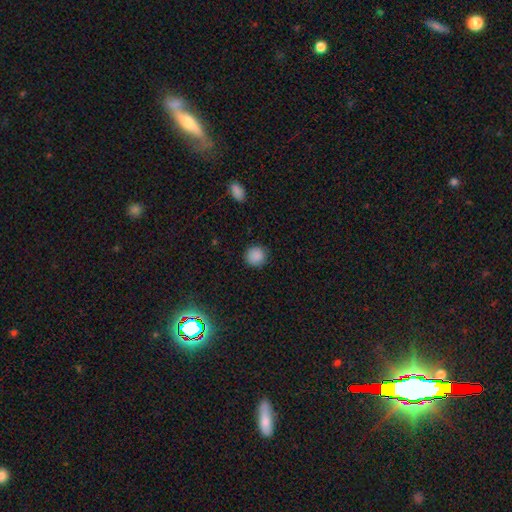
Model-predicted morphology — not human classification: Smooth or featured? smooth (87%)
How rounded? round (93%)
Merging? none (89%)